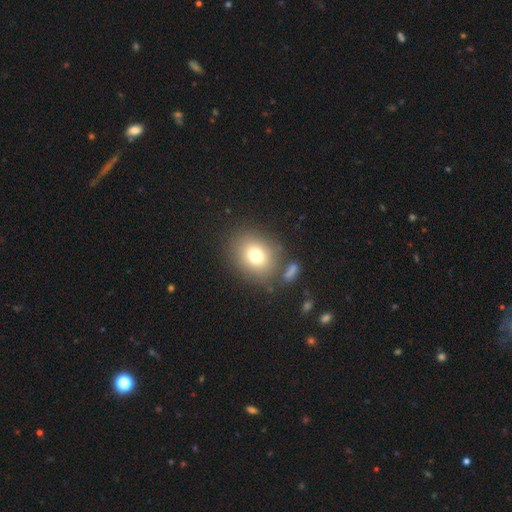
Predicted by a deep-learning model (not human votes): smooth-or-featured: smooth: 75% | featured or disk: 13% | star or artifact: 12%
  how-rounded: round: 63% | in between: 36% | cigar-shaped: 1%
  merging: none: 76% | minor disturbance: 11% | merger: 8% | major disturbance: 5%